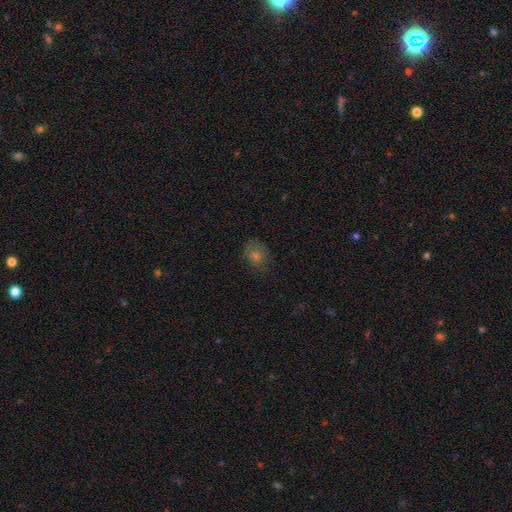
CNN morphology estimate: The model was most divided on "how rounded": round: 56%, in between: 43%, cigar-shaped: 1%. More confident: merging — none (71%); smooth or featured — smooth (60%).